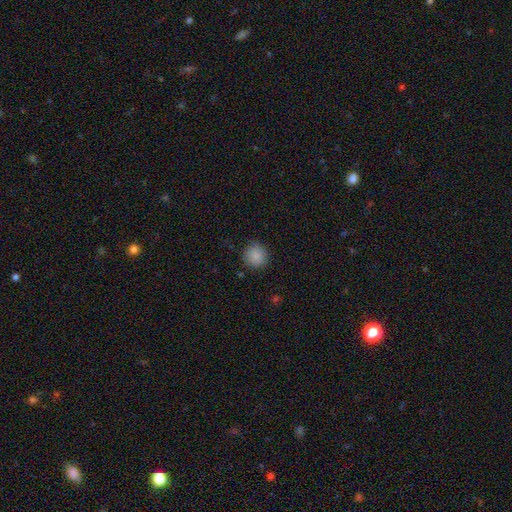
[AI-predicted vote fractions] Smooth or featured: smooth — 87% (star or artifact — 9%)
How rounded: round — 90% (in between — 9%)
Merging: none — 85% (minor disturbance — 11%)